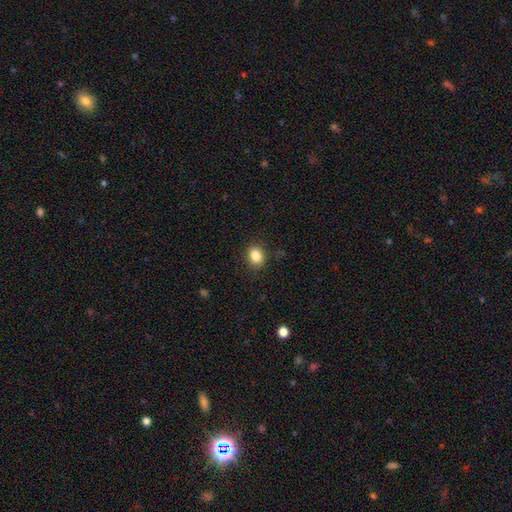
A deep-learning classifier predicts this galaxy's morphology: A smooth galaxy with no disk features (85%) that is in between round and cigar-shaped (54%). Merging: none (87%).